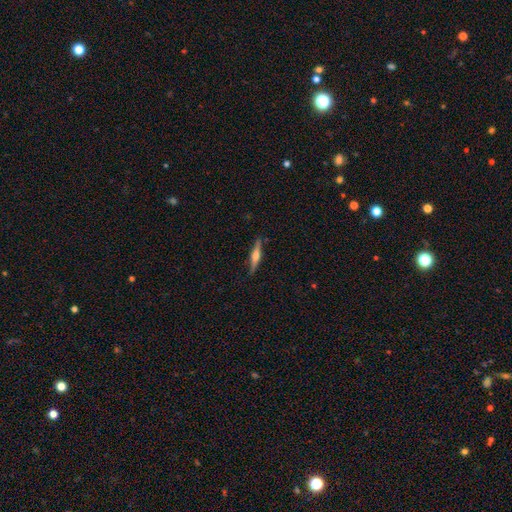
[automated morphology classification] This appears to be a featured or disk galaxy (61%) viewed edge-on (97%) with a rounded central bulge (81%). Merging: none (87%).